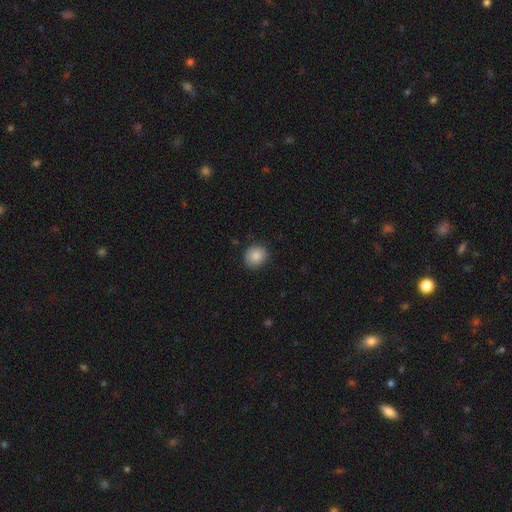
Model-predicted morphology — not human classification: Smooth or featured? Predicted: smooth (p=0.88). How rounded? Predicted: round (p=0.78). Merging? Predicted: none (p=0.86).